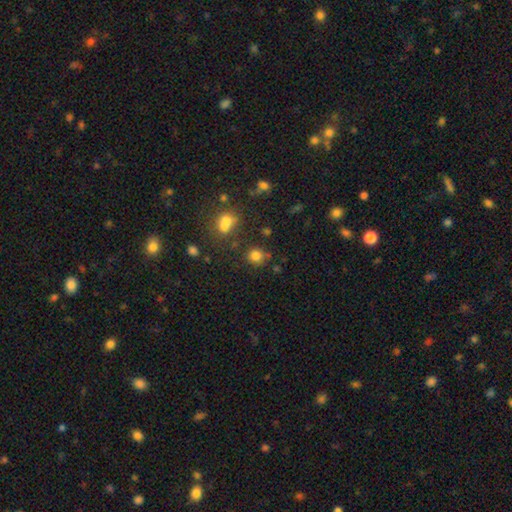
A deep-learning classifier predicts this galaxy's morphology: Overall: smooth (78%). How rounded: round (83%). Merging: none (72%).